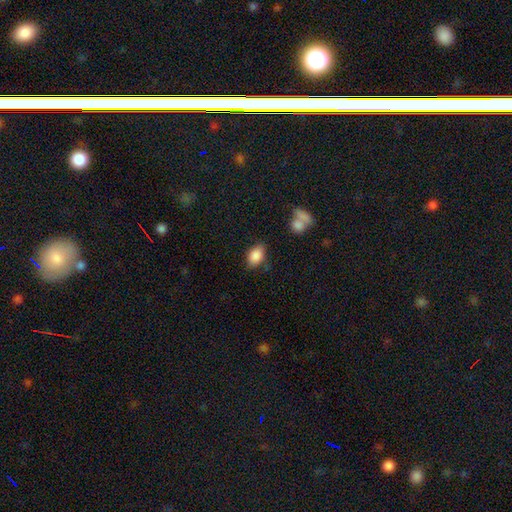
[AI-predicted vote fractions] Smooth or featured: smooth — 87% (star or artifact — 8%)
How rounded: in between — 83% (round — 15%)
Merging: none — 74% (minor disturbance — 17%)